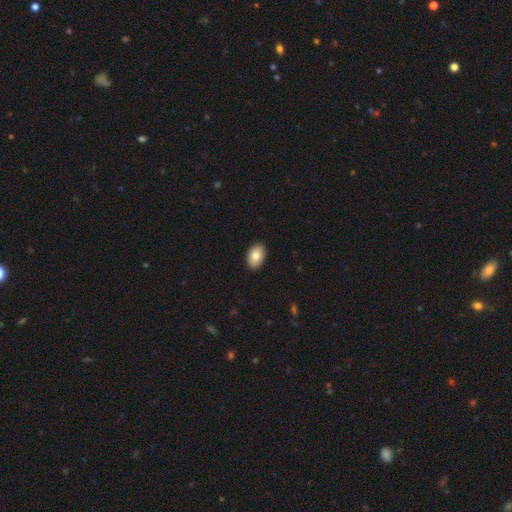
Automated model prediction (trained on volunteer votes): smooth_or_featured: smooth (p=0.82) [alt: featured or disk p=0.12]
how_rounded: in between (p=0.89) [alt: round p=0.10]
merging: none (p=0.90) [alt: minor disturbance p=0.07]